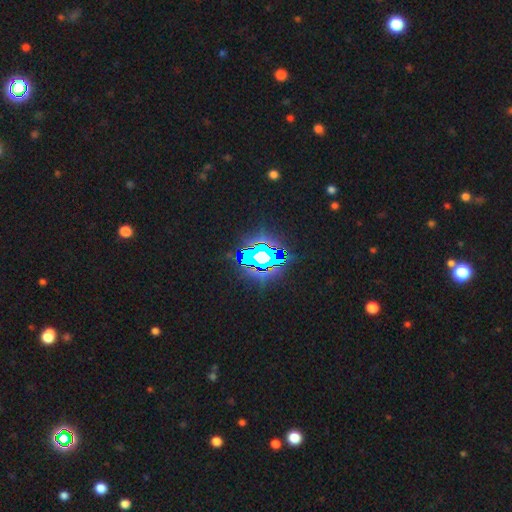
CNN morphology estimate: Smooth or featured?
  - star or artifact: 77% *
  - smooth: 12%
  - featured or disk: 11%